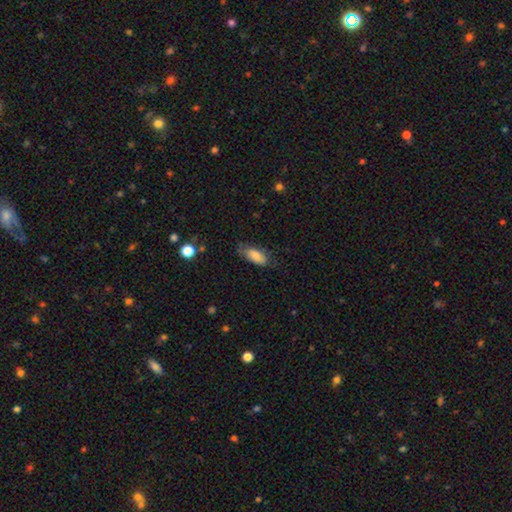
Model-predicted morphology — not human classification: Smooth or featured? Predicted: smooth (p=0.80). How rounded? Predicted: in between (p=0.85). Merging? Predicted: none (p=0.61).